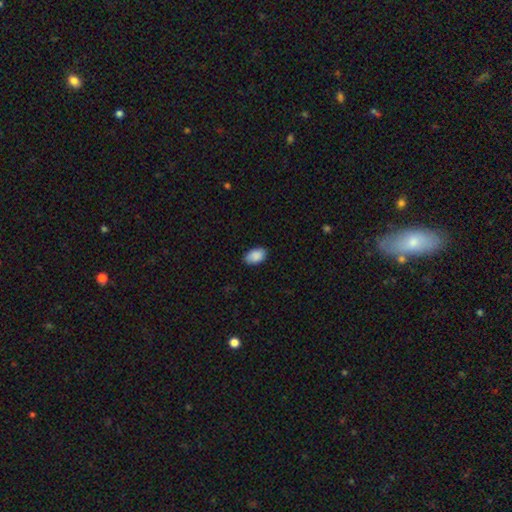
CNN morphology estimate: This appears to be a smooth galaxy with no disk features (90%) that is in between round and cigar-shaped (92%). Merging: none (83%).